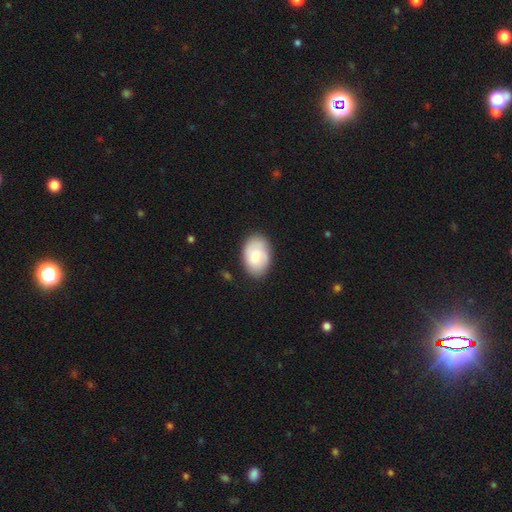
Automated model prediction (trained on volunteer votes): smooth_or_featured: smooth (p=0.75) [alt: featured or disk p=0.20]
how_rounded: in between (p=0.87) [alt: round p=0.12]
merging: none (p=0.79) [alt: minor disturbance p=0.16]